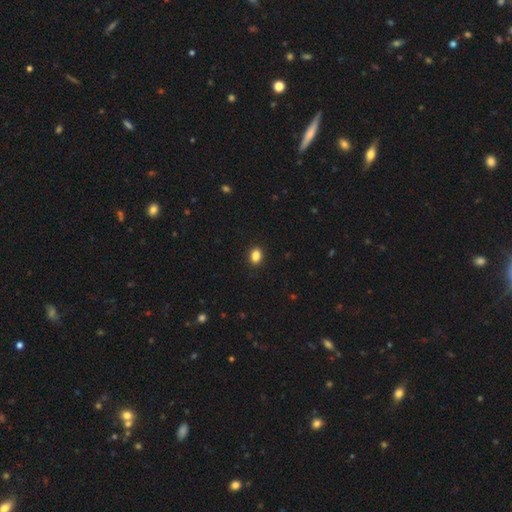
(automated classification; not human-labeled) smooth-or-featured: smooth: 87% | star or artifact: 10% | featured or disk: 4%
  how-rounded: in between: 71% | round: 28% | cigar-shaped: 1%
  merging: none: 90% | minor disturbance: 7% | major disturbance: 2% | merger: 1%